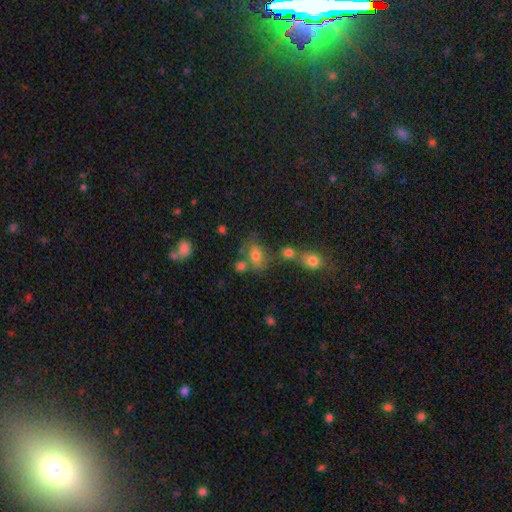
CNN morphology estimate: The model was most divided on "merging": none: 51%, merger: 24%, minor disturbance: 17%, major disturbance: 8%. More confident: how rounded — in between (75%); smooth or featured — smooth (73%).